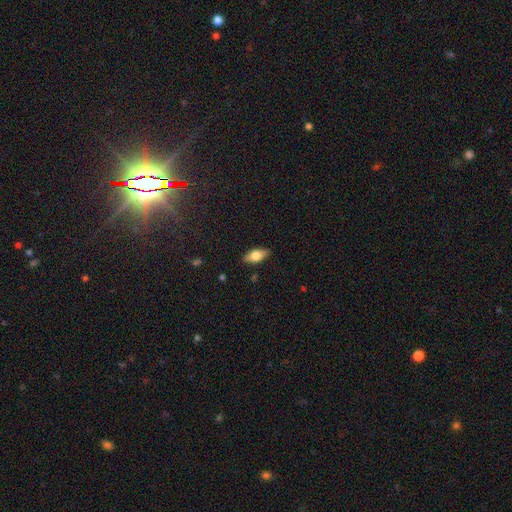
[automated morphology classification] This appears to be a smooth galaxy with no disk features (67%) that is in between round and cigar-shaped (86%). Merging: none (86%).